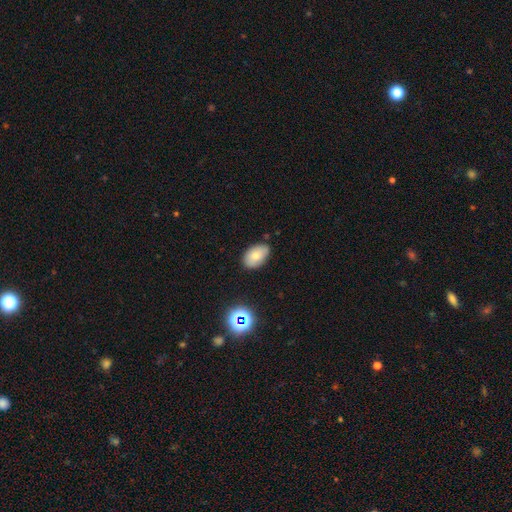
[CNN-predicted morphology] This appears to be a smooth galaxy with no disk features (74%) that is in between round and cigar-shaped (89%). Merging: none (77%).